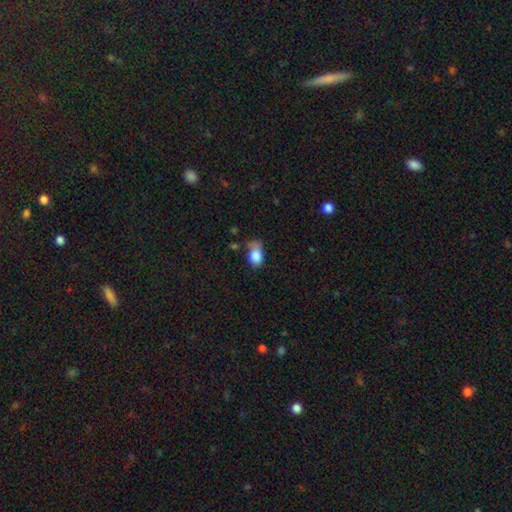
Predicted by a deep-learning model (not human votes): Smooth or featured? smooth (82%)
How rounded? in between (79%)
Merging? minor disturbance (37%)